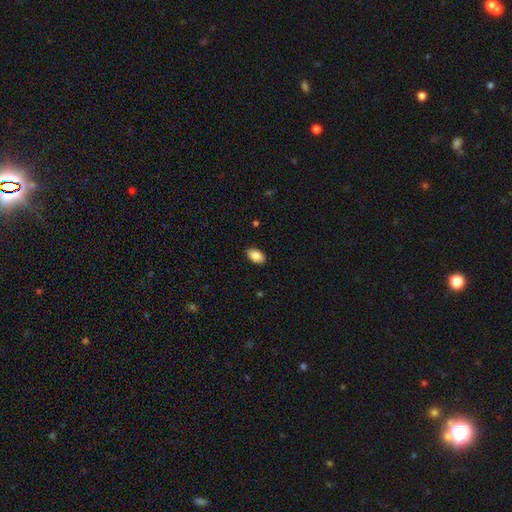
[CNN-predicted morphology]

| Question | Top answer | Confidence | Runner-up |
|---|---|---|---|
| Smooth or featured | smooth | 88% | star or artifact (7%) |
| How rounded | in between | 93% | round (5%) |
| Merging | none | 89% | minor disturbance (8%) |